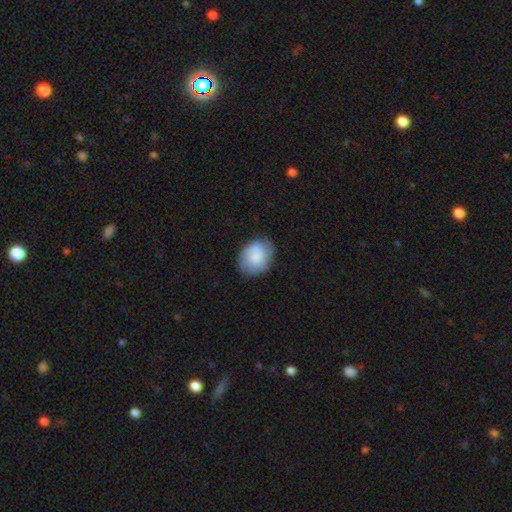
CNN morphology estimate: This is likely a smooth galaxy (76%). How rounded: possibly in between (54%). Merging: likely none (70%).